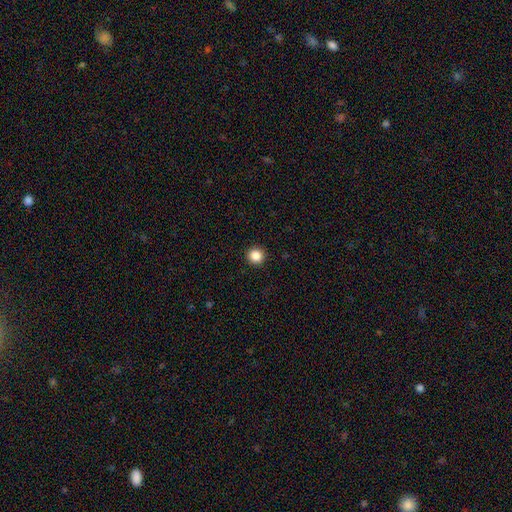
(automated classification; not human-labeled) Smooth or featured?
  - smooth: 86% *
  - star or artifact: 11%
  - featured or disk: 3%
How rounded?
  - round: 95% *
  - in between: 4%
  - cigar-shaped: 1%
Merging?
  - none: 93% *
  - minor disturbance: 4%
  - major disturbance: 2%
  - merger: 1%